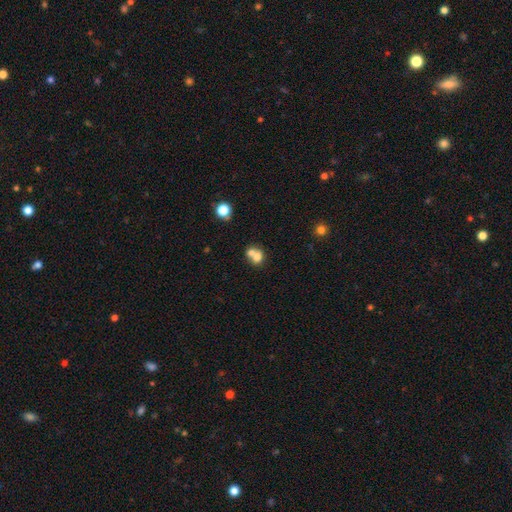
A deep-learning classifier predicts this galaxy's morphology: Smooth or featured? smooth (69%)
How rounded? round (67%)
Merging? merger (61%)